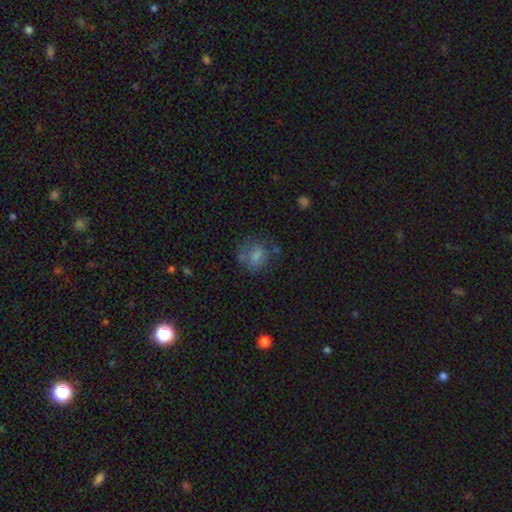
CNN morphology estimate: A smooth galaxy with no disk features (65%) that is round (55%).

Vote fractions:
- Smooth or featured? smooth: 65% / featured or disk: 23% / star or artifact: 12%
- How rounded? round: 55% / in between: 44% / cigar-shaped: 2%
- Merging? none: 49% / minor disturbance: 24% / major disturbance: 18% / merger: 9%